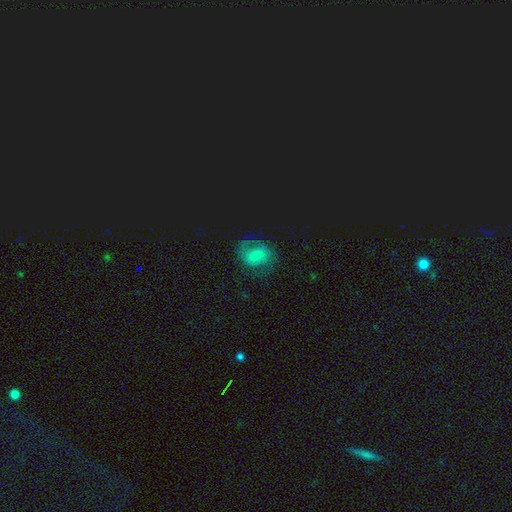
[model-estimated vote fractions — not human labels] Smooth or featured? smooth (38%, tied with featured or disk)
Merging? none (68%)